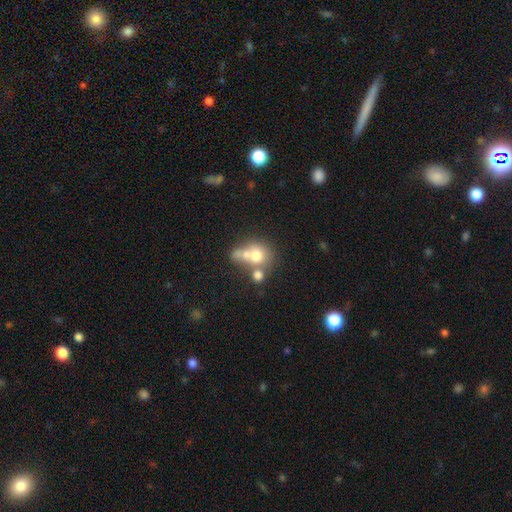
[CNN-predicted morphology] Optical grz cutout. It shows a smooth galaxy with no disk features (63%) that is round (69%). Merging: merger (57%).